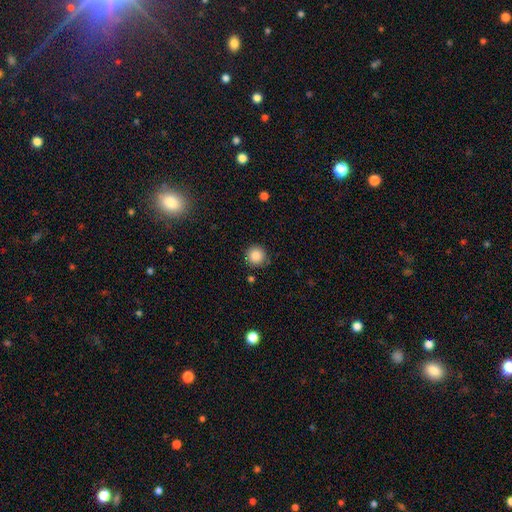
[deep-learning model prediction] Smooth or featured? smooth (87%)
How rounded? round (95%)
Merging? none (86%)